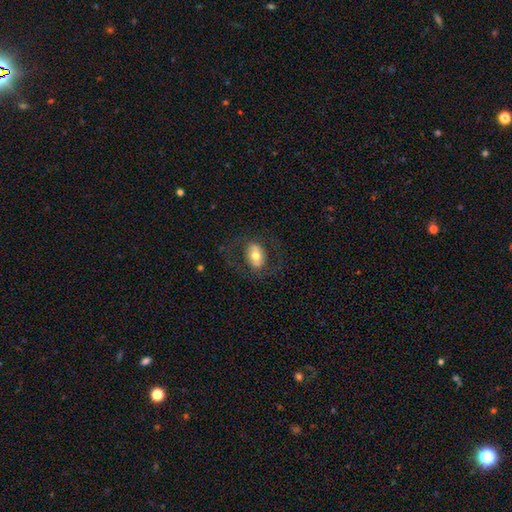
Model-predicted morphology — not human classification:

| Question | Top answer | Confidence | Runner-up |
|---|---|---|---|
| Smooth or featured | smooth | 56% | featured or disk (36%) |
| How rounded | in between | 75% | round (23%) |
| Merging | none | 73% | minor disturbance (14%) |